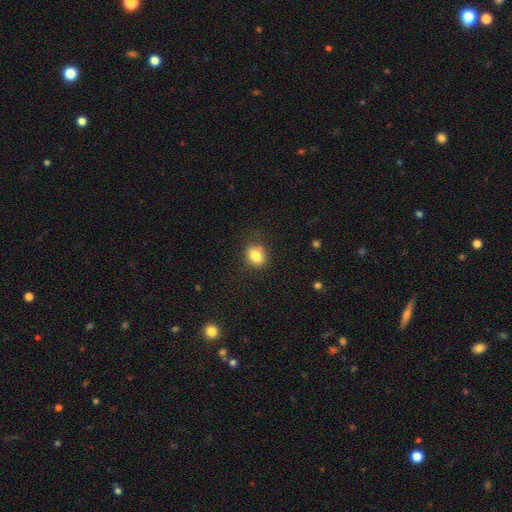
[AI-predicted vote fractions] This appears to be a smooth galaxy with no disk features (83%) that is in between round and cigar-shaped (57%). Merging: none (76%).